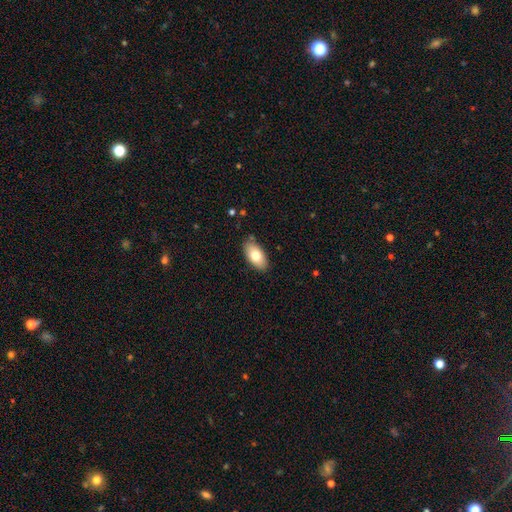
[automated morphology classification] type=smooth (77%); roundness=in between (93%); merging=none (85%).